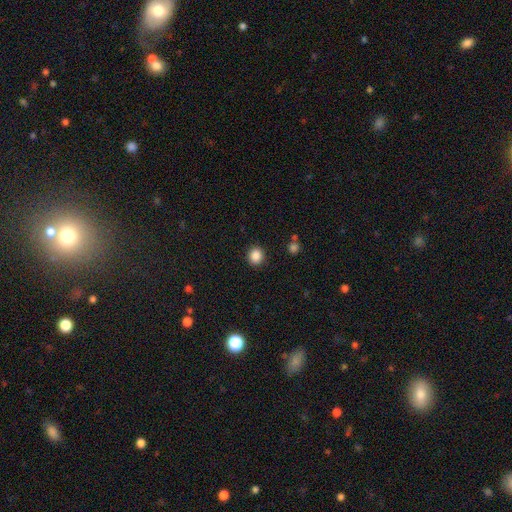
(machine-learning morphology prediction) A smooth galaxy with no disk features (87%) that is round (82%). Merging: none (90%).